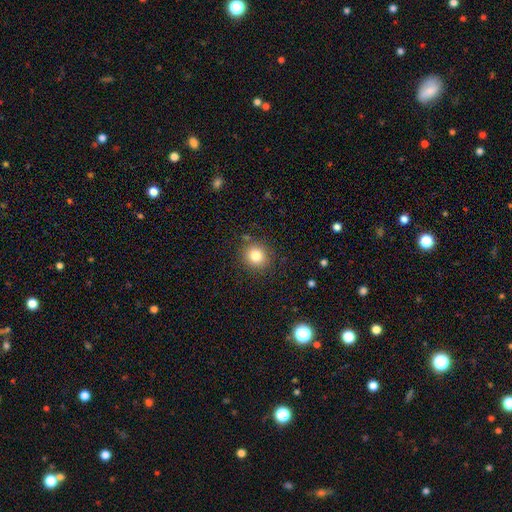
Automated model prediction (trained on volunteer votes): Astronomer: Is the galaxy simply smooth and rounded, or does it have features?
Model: smooth — 81%.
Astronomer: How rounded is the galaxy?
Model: round — 88%.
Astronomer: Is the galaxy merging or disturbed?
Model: none — 87%.